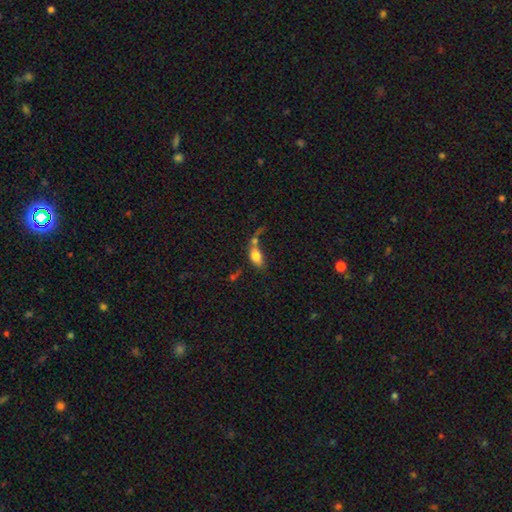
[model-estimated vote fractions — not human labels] Smooth or featured: smooth — 77% (featured or disk — 14%)
How rounded: in between — 86% (round — 9%)
Merging: merger — 42% (none — 29%)